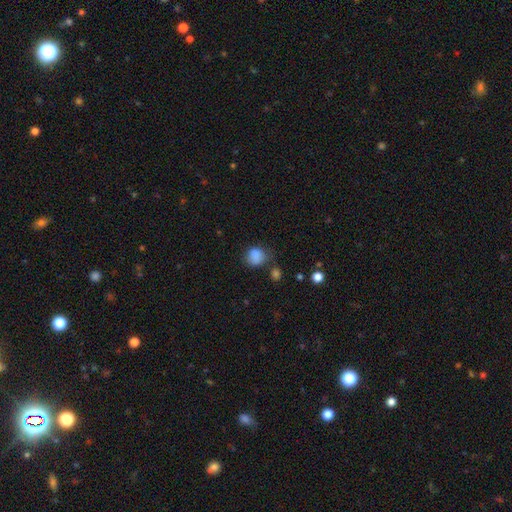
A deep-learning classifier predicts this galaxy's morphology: The model was most divided on "merging": none: 57%, minor disturbance: 26%, major disturbance: 10%, merger: 7%. More confident: smooth or featured — smooth (83%); how rounded — round (69%).